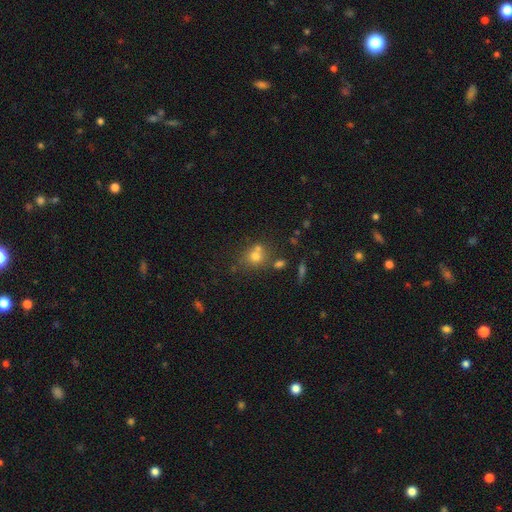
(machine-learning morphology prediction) This is likely a smooth galaxy (70%). How rounded: likely round (77%). Merging: possibly none (52%).